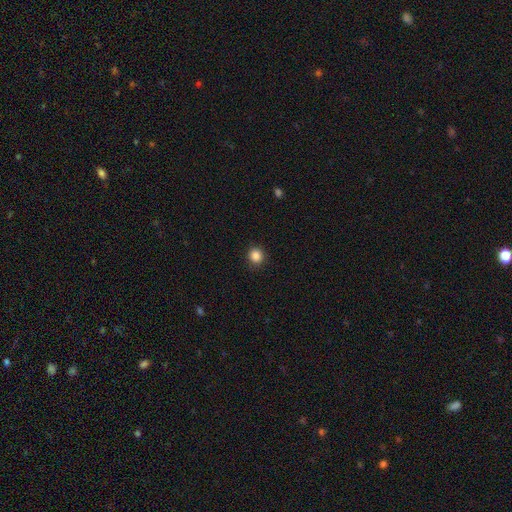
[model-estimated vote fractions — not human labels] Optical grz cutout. It shows a smooth galaxy with no disk features (86%) that is round (90%). Merging: none (90%).